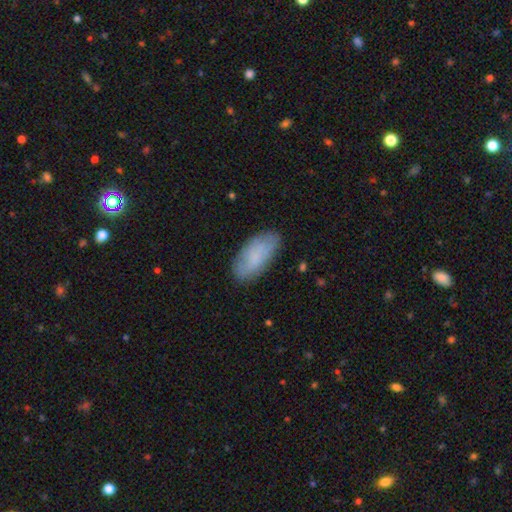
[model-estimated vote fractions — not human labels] This is likely a smooth galaxy (77%). How rounded: clearly in between (90%). Merging: likely none (79%).